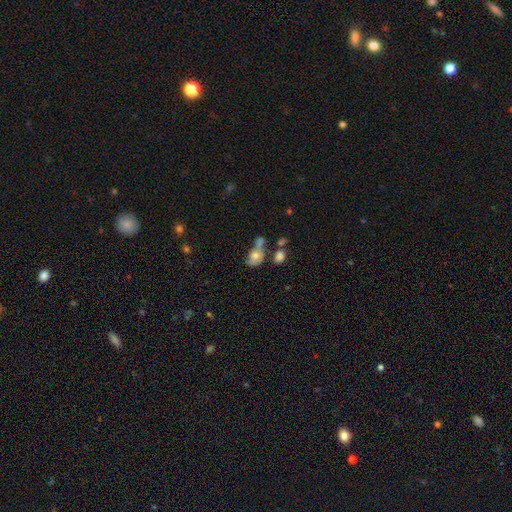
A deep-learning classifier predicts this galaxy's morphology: smooth 66%, featured or disk 24%, star or artifact 10%. Down the decision tree: how rounded — in between (74%); merging — merger (40%).